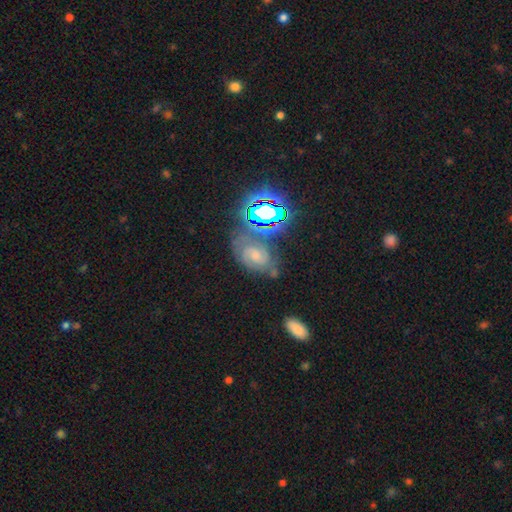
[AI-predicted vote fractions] This is possibly a featured or disk galaxy (48%). Merging: possibly none (52%).